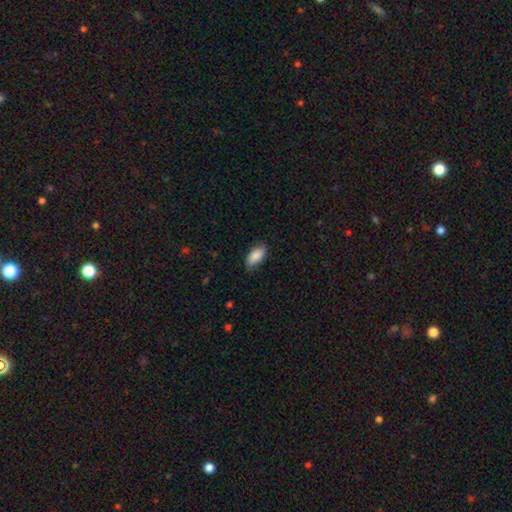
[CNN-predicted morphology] A smooth galaxy with no disk features (87%) that is in between round and cigar-shaped (91%).

Vote fractions:
- Smooth or featured? smooth: 87% / featured or disk: 7% / star or artifact: 6%
- How rounded? in between: 91% / cigar-shaped: 6% / round: 3%
- Merging? none: 79% / minor disturbance: 17% / major disturbance: 3% / merger: 1%